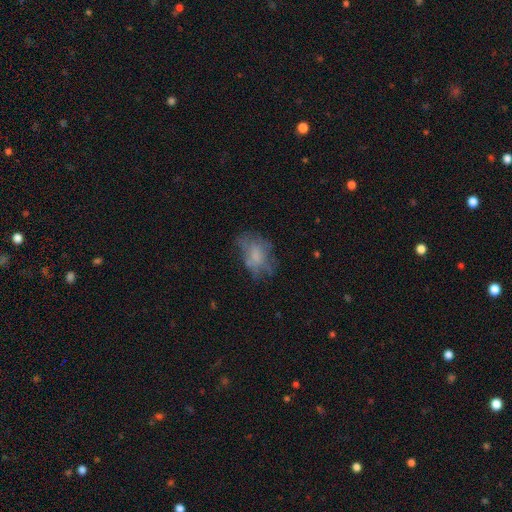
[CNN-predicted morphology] Smooth or featured: smooth — 52% (featured or disk — 36%)
How rounded: in between — 81% (round — 17%)
Merging: none — 48% (minor disturbance — 26%)